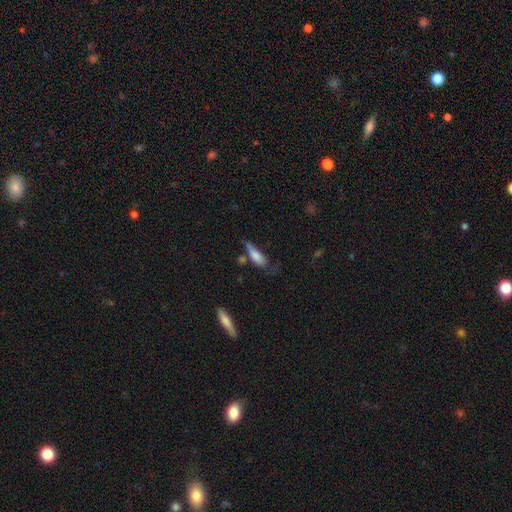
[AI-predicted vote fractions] Overall: smooth (74%). How rounded: in between (56%; cigar-shaped 41%). Merging: none (35%; minor disturbance 31%).